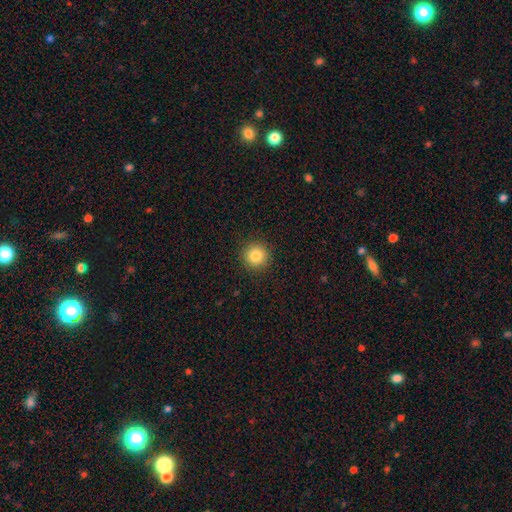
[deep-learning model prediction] Smooth or featured? Predicted: smooth (p=0.83). How rounded? Predicted: round (p=0.95). Merging? Predicted: none (p=0.92).